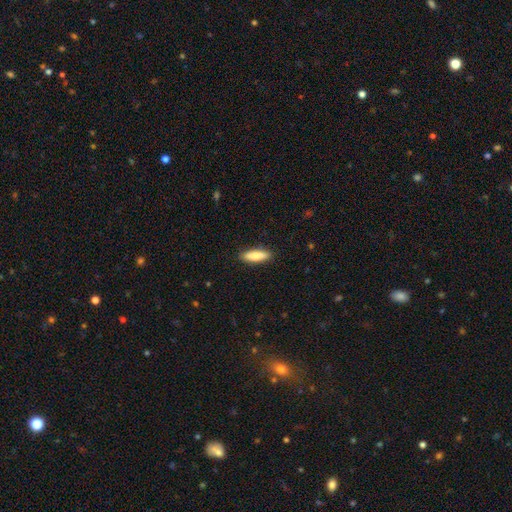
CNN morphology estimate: A smooth galaxy with no disk features (84%) that is cigar-shaped (55%). Merging: none (89%).